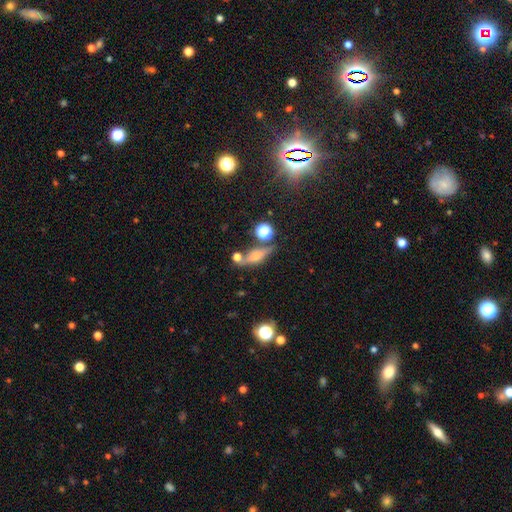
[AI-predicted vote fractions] Morphology: type=featured or disk (50%); merging=none (68%).